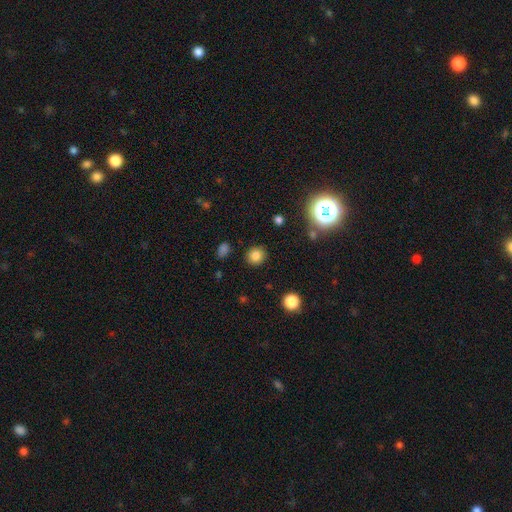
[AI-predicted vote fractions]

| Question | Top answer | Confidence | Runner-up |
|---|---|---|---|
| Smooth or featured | smooth | 81% | star or artifact (14%) |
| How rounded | round | 87% | in between (12%) |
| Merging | none | 89% | minor disturbance (6%) |